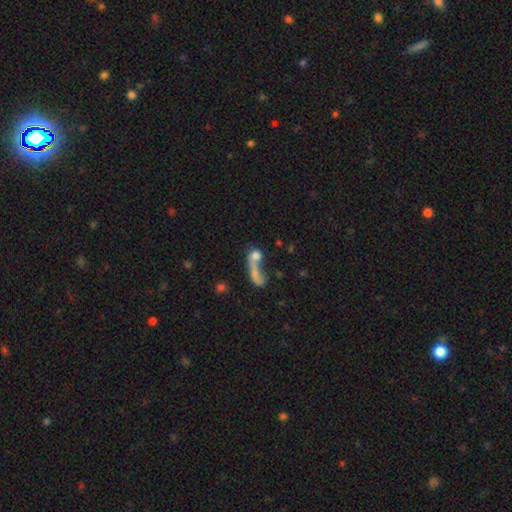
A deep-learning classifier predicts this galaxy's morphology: smooth 62%, featured or disk 26%, star or artifact 12%. Down the decision tree: how rounded — round (44%); merging — merger (48%).